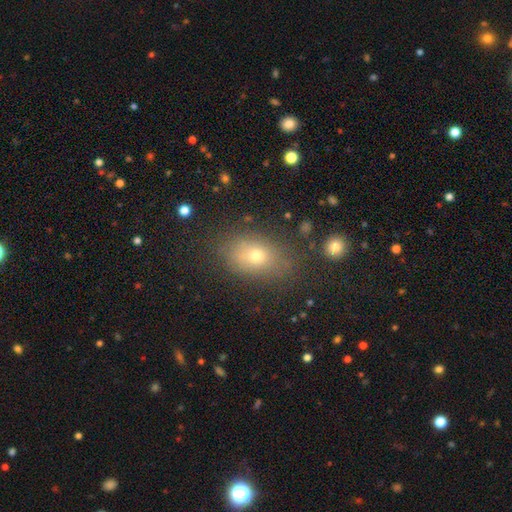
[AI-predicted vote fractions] Smooth or featured: smooth — 69% (featured or disk — 16%)
How rounded: in between — 75% (round — 23%)
Merging: none — 73% (minor disturbance — 17%)